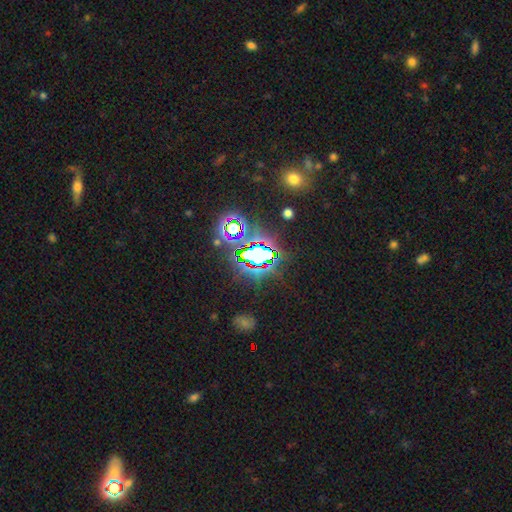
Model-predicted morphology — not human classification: type=star or artifact (76%).